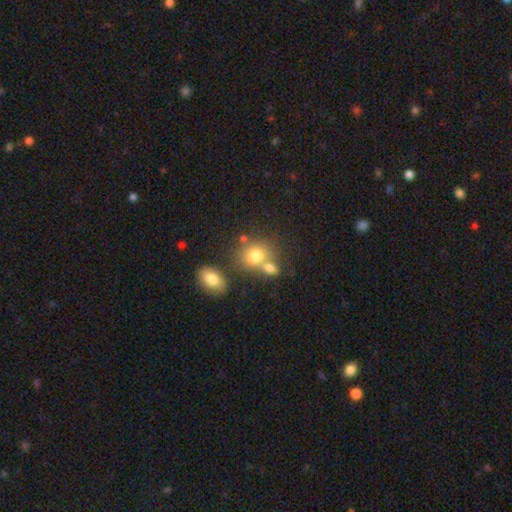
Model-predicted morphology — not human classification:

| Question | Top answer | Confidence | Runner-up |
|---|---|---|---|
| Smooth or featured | smooth | 75% | star or artifact (13%) |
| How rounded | round | 57% | in between (42%) |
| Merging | none | 46% | merger (37%) |